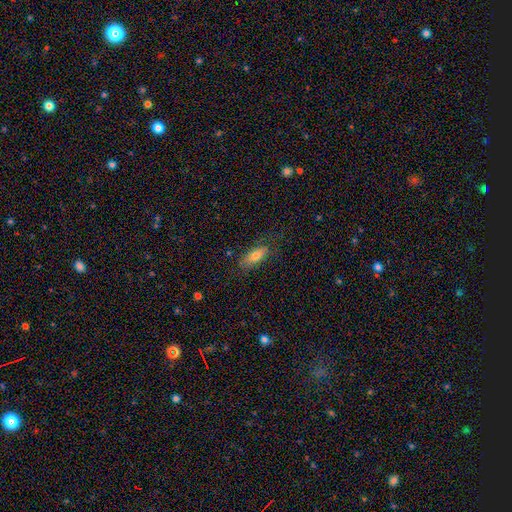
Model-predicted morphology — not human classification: Smooth or featured: smooth — 74% (featured or disk — 18%)
How rounded: in between — 72% (cigar-shaped — 25%)
Merging: none — 74% (minor disturbance — 18%)